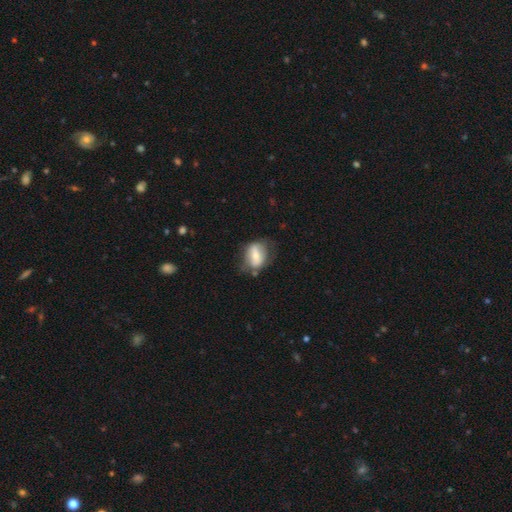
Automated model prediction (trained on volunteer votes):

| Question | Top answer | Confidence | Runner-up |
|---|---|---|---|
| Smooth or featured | smooth | 52% | featured or disk (41%) |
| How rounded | in between | 73% | round (24%) |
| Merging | none | 50% | minor disturbance (29%) |